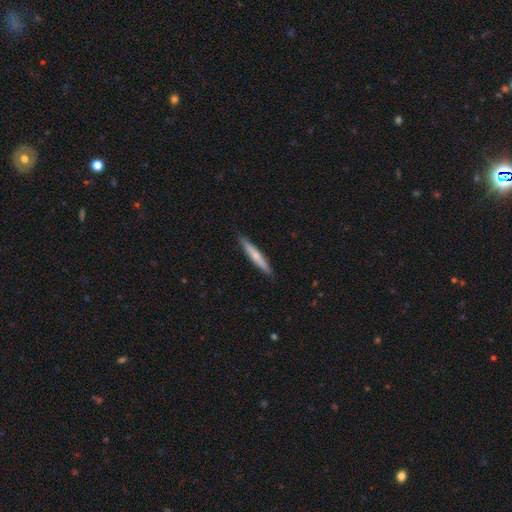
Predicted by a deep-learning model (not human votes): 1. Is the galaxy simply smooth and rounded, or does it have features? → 58% smooth, 37% featured or disk, 5% star or artifact.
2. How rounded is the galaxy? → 95% cigar-shaped, 4% in between, 1% round.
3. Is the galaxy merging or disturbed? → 90% none, 8% minor disturbance, 1% major disturbance, 1% merger.